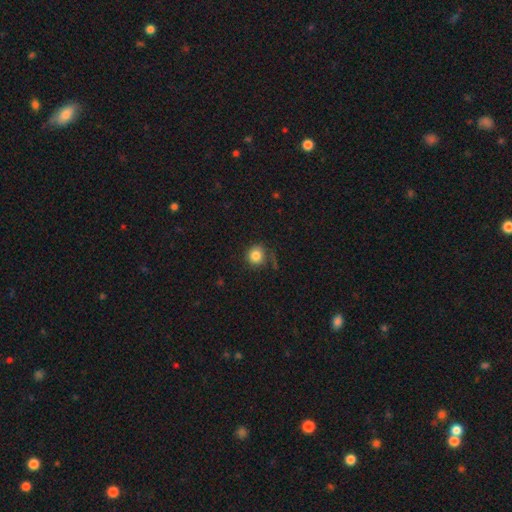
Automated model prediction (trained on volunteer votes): Overall: smooth (83%). How rounded: round (90%). Merging: none (73%).